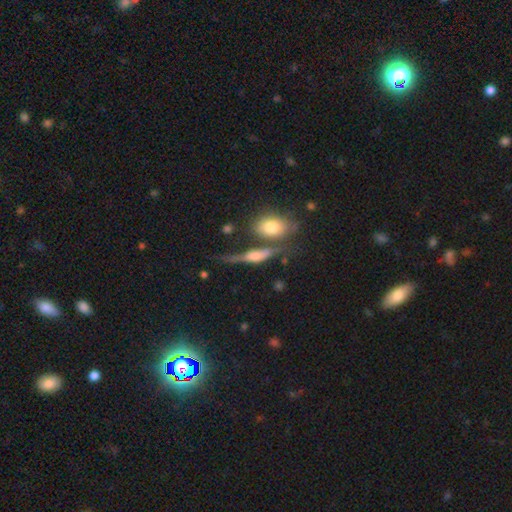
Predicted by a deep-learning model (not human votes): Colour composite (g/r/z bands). It shows a featured or disk galaxy (50%) viewed edge-on (82%). Merging: none (47%).